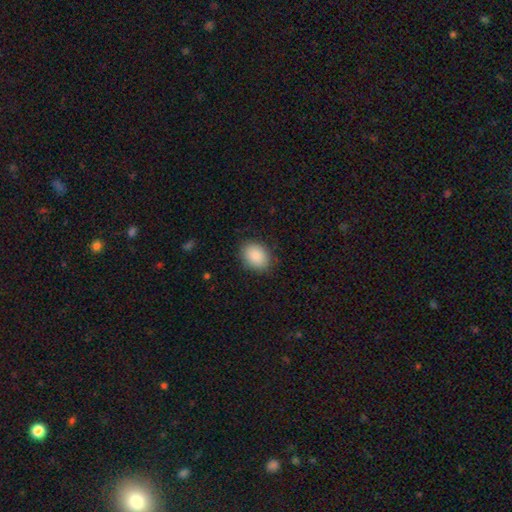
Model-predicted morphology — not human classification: Smooth or featured? smooth (89%)
How rounded? in between (68%)
Merging? none (85%)